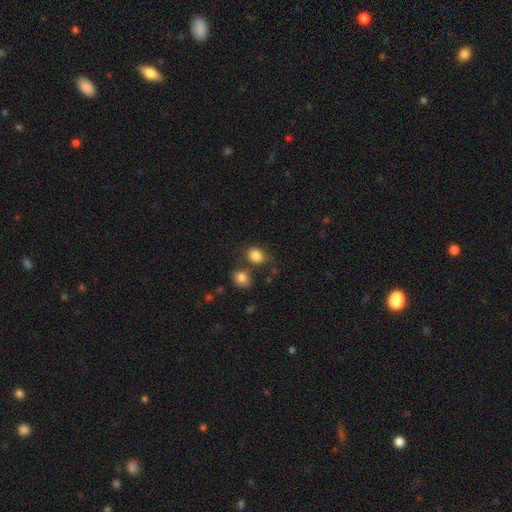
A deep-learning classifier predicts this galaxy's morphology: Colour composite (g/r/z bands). It shows a smooth galaxy with no disk features (84%) that is in between round and cigar-shaped (54%). Merging: none (63%).